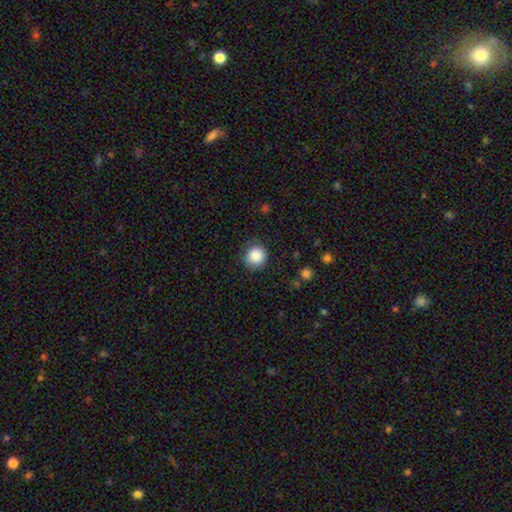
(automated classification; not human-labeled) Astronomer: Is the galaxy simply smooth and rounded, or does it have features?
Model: smooth — 87%.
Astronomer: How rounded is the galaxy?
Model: round — 93%.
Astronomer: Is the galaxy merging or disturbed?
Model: none — 82%.